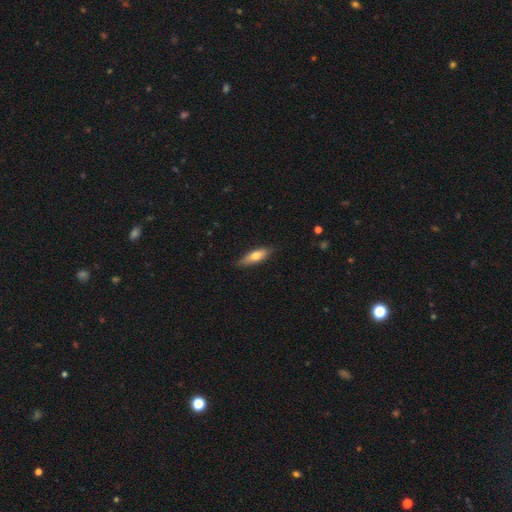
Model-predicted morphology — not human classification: Smooth or featured: smooth — 65% (featured or disk — 29%)
How rounded: cigar-shaped — 50% (in between — 48%)
Merging: none — 81% (minor disturbance — 15%)